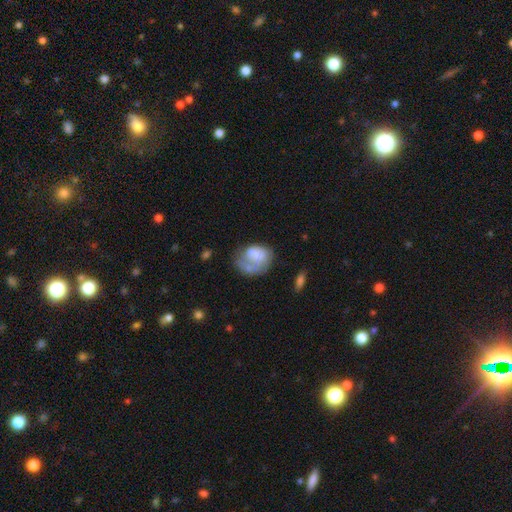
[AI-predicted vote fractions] smooth_or_featured: smooth (p=0.57) [alt: featured or disk p=0.36]
how_rounded: in between (p=0.54) [alt: round p=0.45]
merging: none (p=0.32) [tied with: major disturbance p=0.32]